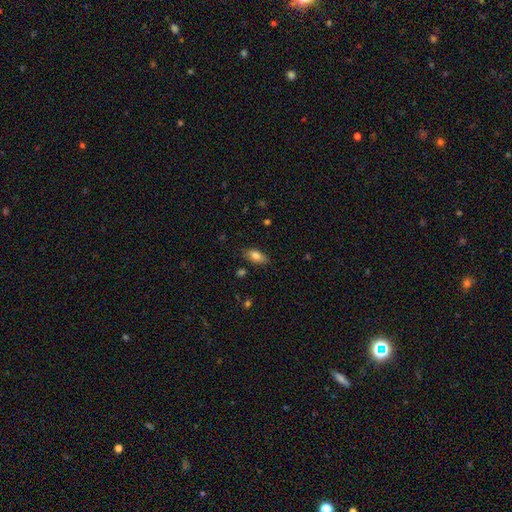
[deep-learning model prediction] This is clearly a smooth galaxy (81%). How rounded: clearly in between (86%). Merging: clearly none (82%).